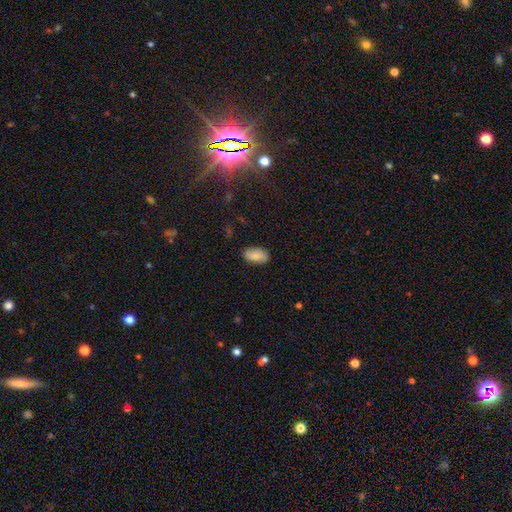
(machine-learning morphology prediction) Smooth or featured? Predicted: smooth (p=0.85). How rounded? Predicted: in between (p=0.94). Merging? Predicted: none (p=0.85).